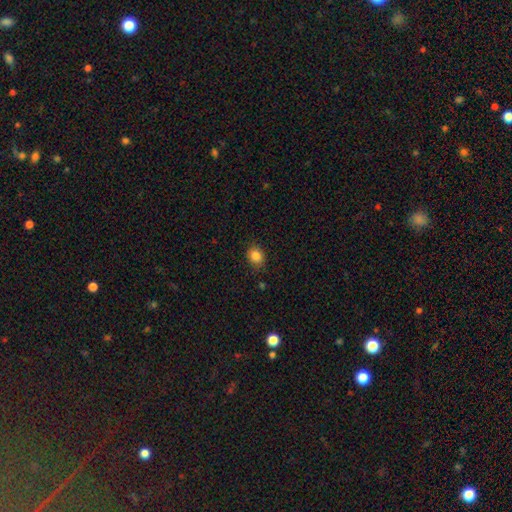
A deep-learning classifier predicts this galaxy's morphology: Smooth or featured? smooth (85%)
How rounded? round (57%)
Merging? none (84%)